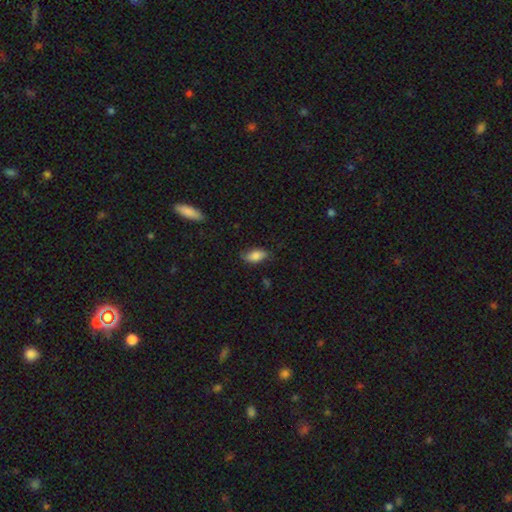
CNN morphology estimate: The model was most divided on "merging": none: 71%, minor disturbance: 23%, major disturbance: 5%, merger: 1%. More confident: how rounded — in between (89%); smooth or featured — smooth (81%).